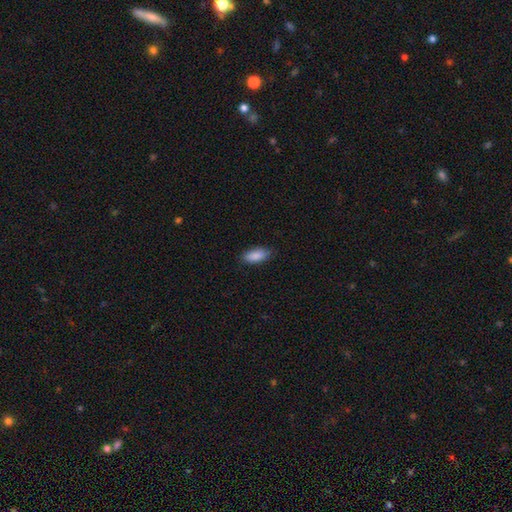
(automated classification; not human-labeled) This is clearly a smooth galaxy (89%). How rounded: clearly in between (87%). Merging: clearly none (83%).